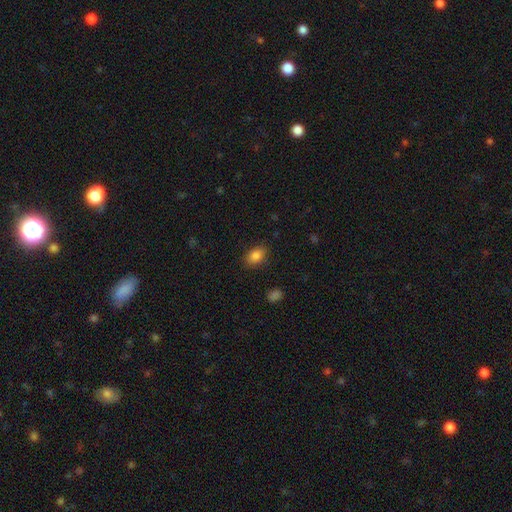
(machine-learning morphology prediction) A smooth galaxy with no disk features (85%) that is in between round and cigar-shaped (79%).

Vote fractions:
- Smooth or featured? smooth: 85% / star or artifact: 9% / featured or disk: 6%
- How rounded? in between: 79% / round: 20% / cigar-shaped: 1%
- Merging? none: 85% / minor disturbance: 11% / major disturbance: 3% / merger: 1%